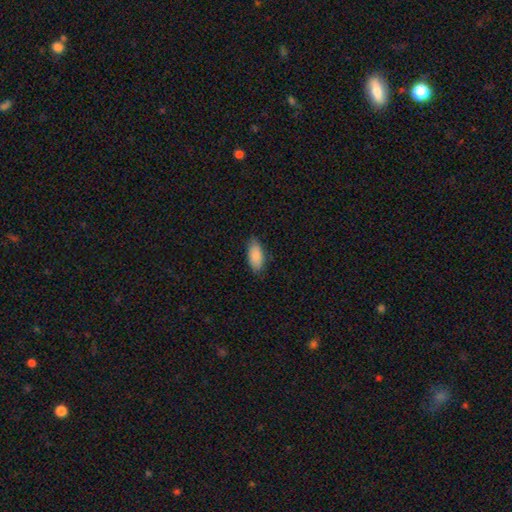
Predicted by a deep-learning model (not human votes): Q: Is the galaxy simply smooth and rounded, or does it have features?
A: smooth — 89%.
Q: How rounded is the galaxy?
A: in between — 89%.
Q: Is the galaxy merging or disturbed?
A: none — 83%.